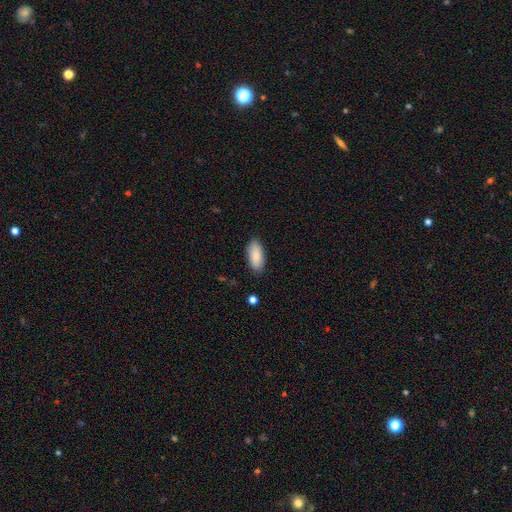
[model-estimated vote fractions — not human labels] The model was most divided on "merging": none: 87%, minor disturbance: 10%, major disturbance: 2%, merger: 1%. More confident: how rounded — in between (89%); smooth or featured — smooth (85%).